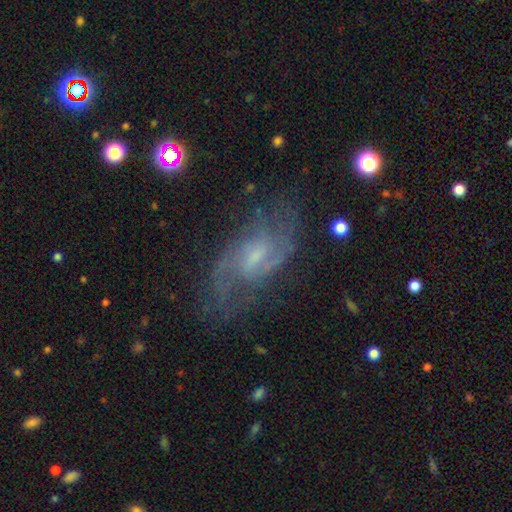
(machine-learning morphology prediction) A featured or disk galaxy (83%) with a weak bar (57%), 2 (60%) medium (51%) spiral arms (94%) and a small central bulge (57%). Merging: none (67%).